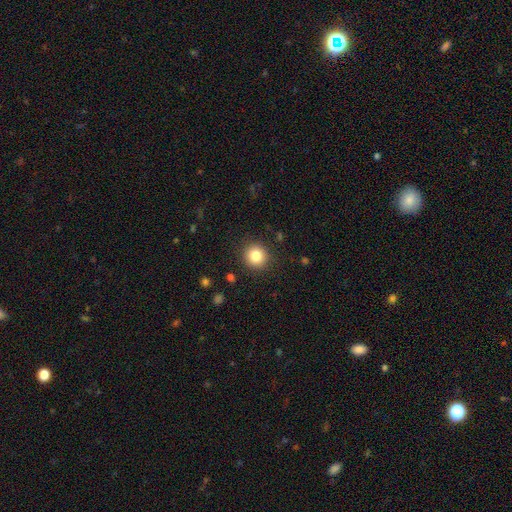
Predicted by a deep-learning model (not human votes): smooth-or-featured: smooth: 82% | star or artifact: 11% | featured or disk: 7%
  how-rounded: round: 92% | in between: 7% | cigar-shaped: 1%
  merging: none: 90% | minor disturbance: 6% | major disturbance: 2% | merger: 1%